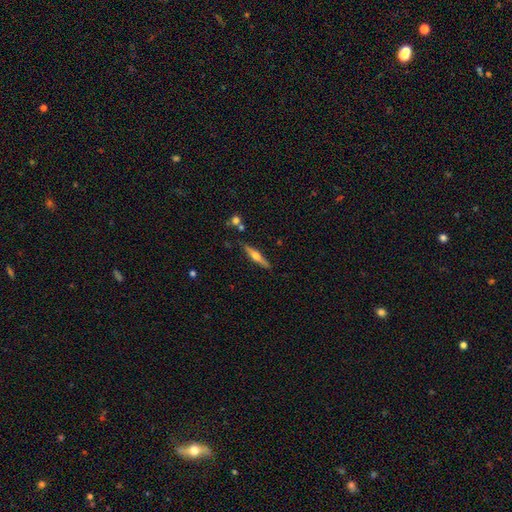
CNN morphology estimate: Smooth or featured?
  - featured or disk: 65% *
  - smooth: 29%
  - star or artifact: 6%
Edge-on disk?
  - yes: 97% *
  - no: 3%
Edge-on bulge?
  - rounded: 93% *
  - none: 4%
  - boxy: 3%
Merging?
  - none: 85% *
  - minor disturbance: 9%
  - merger: 3%
  - major disturbance: 2%